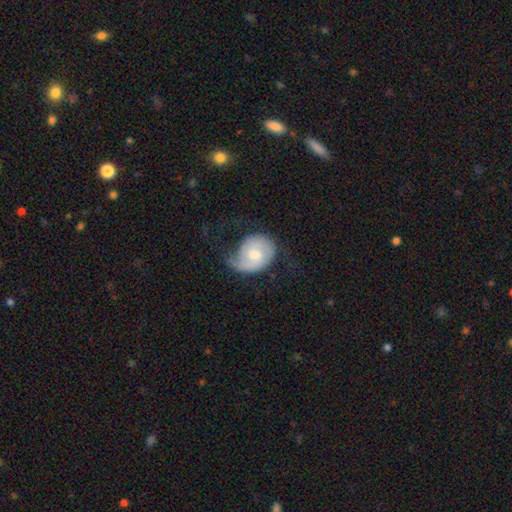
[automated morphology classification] Smooth or featured?
  - featured or disk: 54% *
  - smooth: 40%
  - star or artifact: 6%
Edge-on disk?
  - no: 97% *
  - yes: 3%
Bar?
  - no: 63% *
  - weak: 32%
  - strong: 5%
Spiral arms?
  - yes: 82% *
  - no: 18%
Bulge size?
  - moderate: 61% *
  - small: 29%
  - large: 6%
  - none: 3%
  - dominant: 1%
Merging?
  - minor disturbance: 34% * (tied)
  - none: 34% * (tied)
  - major disturbance: 31%
  - merger: 2%